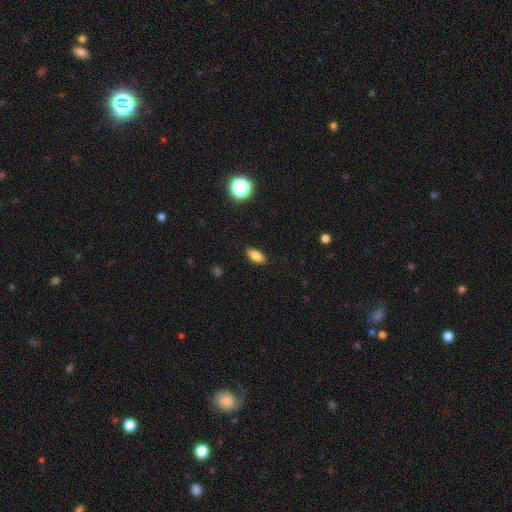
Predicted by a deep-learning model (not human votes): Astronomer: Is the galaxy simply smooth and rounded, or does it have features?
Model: smooth — 84%.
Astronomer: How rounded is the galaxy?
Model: in between — 84%.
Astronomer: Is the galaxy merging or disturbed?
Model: none — 88%.